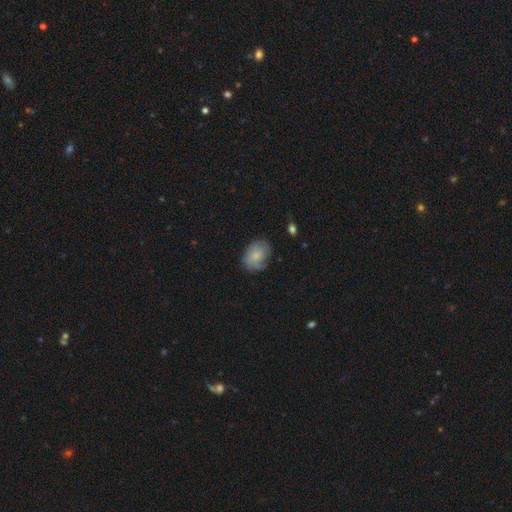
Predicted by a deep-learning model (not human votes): smooth_or_featured: smooth (p=0.58) [alt: featured or disk p=0.34]
how_rounded: in between (p=0.63) [alt: round p=0.36]
merging: none (p=0.65) [alt: minor disturbance p=0.25]